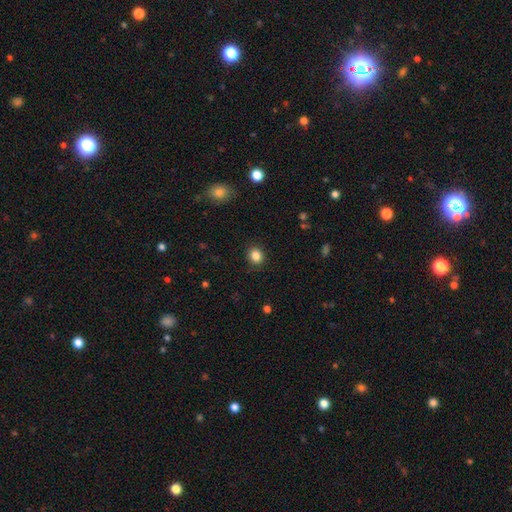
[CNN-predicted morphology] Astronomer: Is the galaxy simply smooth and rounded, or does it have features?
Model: smooth — 85%.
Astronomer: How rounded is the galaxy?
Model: round — 72%.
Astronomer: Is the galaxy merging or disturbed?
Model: none — 89%.